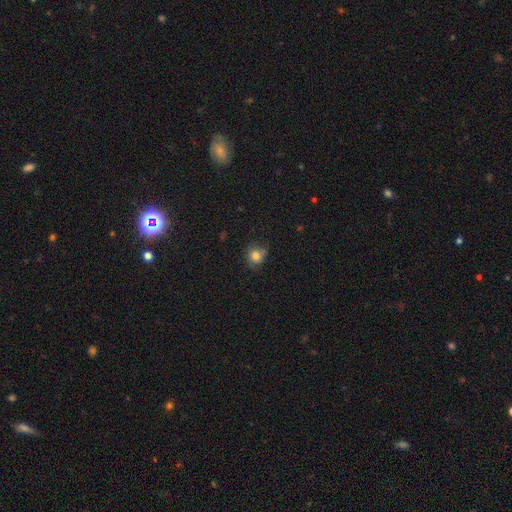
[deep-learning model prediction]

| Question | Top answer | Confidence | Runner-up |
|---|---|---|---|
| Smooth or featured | smooth | 78% | star or artifact (12%) |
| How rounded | round | 77% | in between (22%) |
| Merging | none | 67% | minor disturbance (25%) |